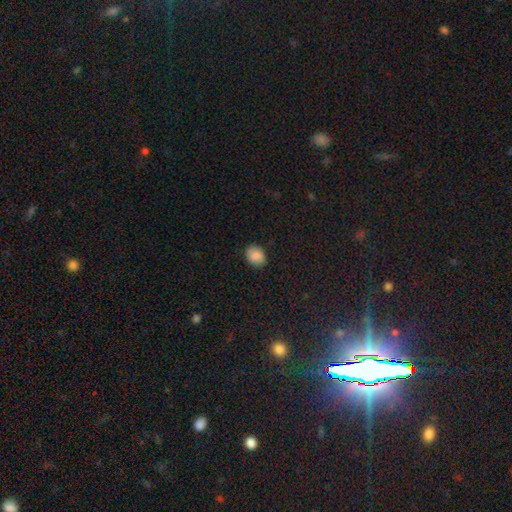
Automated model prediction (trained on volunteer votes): Morphology: type=smooth (86%); roundness=round (53%); merging=none (87%).